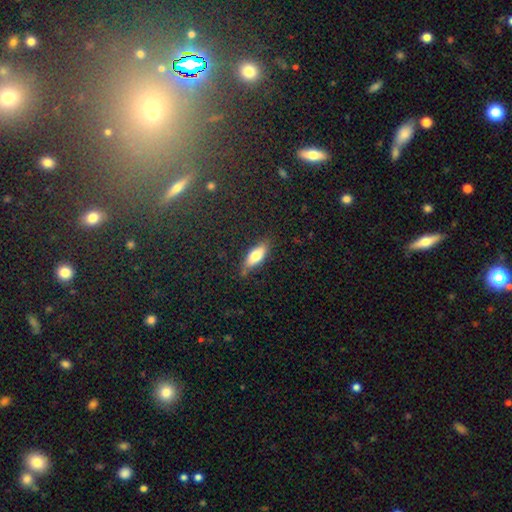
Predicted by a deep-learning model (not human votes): A smooth galaxy with no disk features (70%) that is in between round and cigar-shaped (66%). Merging: none (80%).